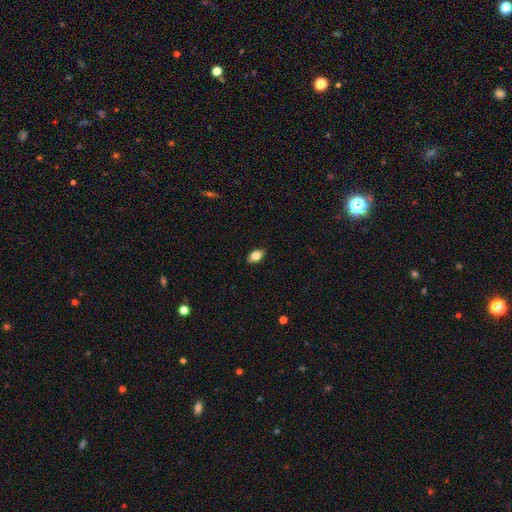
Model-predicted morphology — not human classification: smooth 81%, featured or disk 11%, star or artifact 8%. Down the decision tree: how rounded — in between (89%); merging — none (88%).